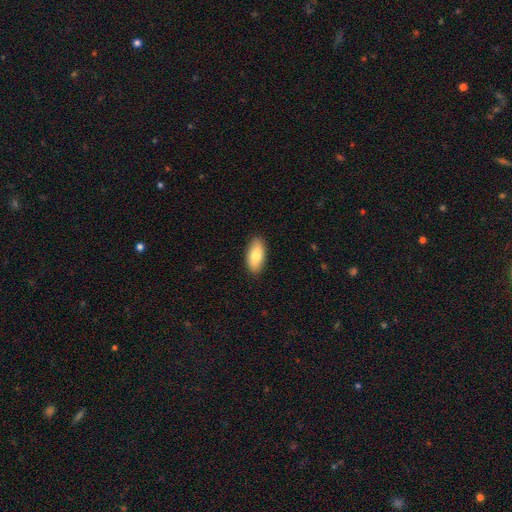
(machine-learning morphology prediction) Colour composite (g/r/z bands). It shows a smooth galaxy with no disk features (77%) that is in between round and cigar-shaped (91%). Merging: none (89%).